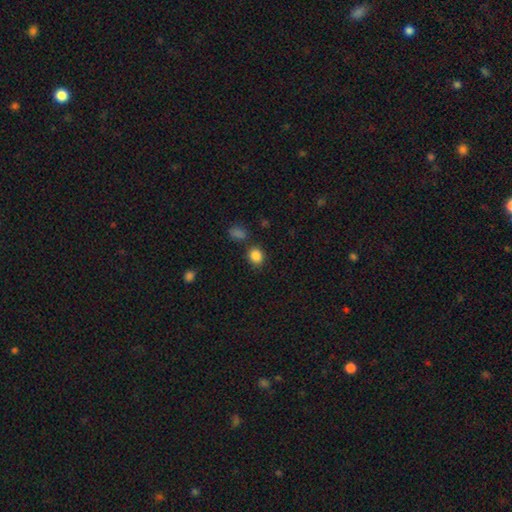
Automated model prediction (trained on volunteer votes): Overall: smooth (85%). How rounded: round (71%). Merging: none (79%).